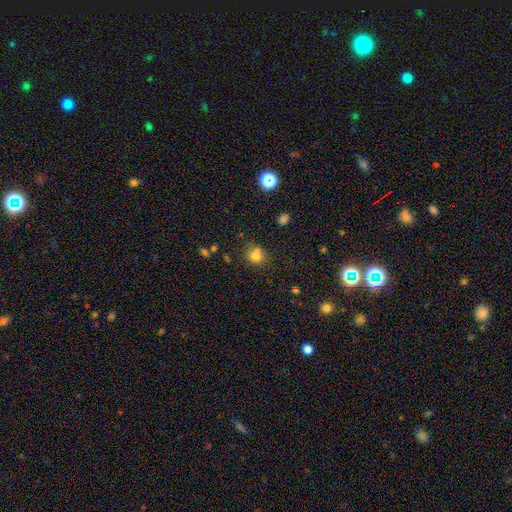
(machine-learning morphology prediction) type=smooth (76%); roundness=round (82%); merging=none (57%).